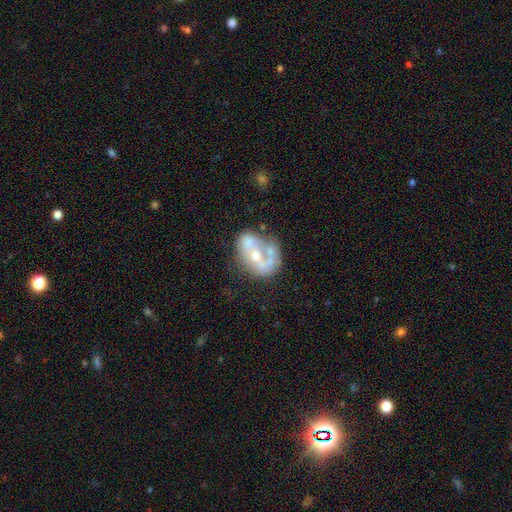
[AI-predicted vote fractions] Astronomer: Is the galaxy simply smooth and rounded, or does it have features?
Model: featured or disk — 66%.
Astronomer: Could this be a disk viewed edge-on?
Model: no — 97%.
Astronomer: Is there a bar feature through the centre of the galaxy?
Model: no — 74%.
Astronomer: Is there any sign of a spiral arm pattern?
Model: no — 63%.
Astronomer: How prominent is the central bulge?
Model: moderate — 54% (runner-up: small, 38%).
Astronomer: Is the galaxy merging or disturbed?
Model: merger — 40% (runner-up: none, 28%).